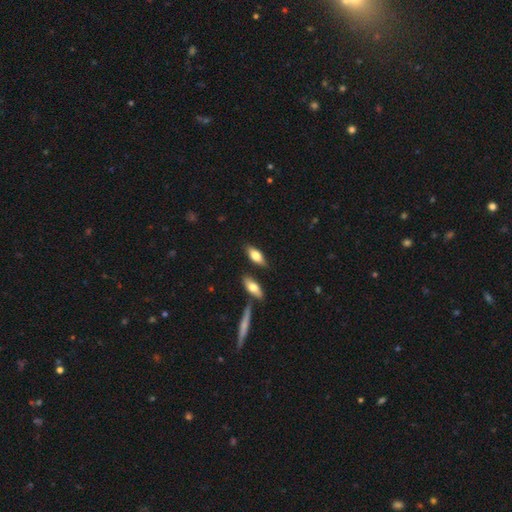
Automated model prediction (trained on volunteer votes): Smooth or featured?
  - smooth: 70% *
  - featured or disk: 24%
  - star or artifact: 6%
How rounded?
  - in between: 78% *
  - cigar-shaped: 19%
  - round: 3%
Merging?
  - none: 78% *
  - minor disturbance: 12%
  - merger: 7%
  - major disturbance: 3%